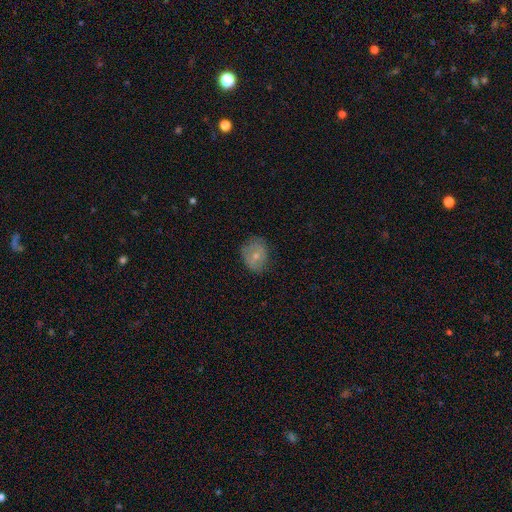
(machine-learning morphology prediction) Smooth or featured: smooth — 60% (featured or disk — 32%)
How rounded: round — 52% (in between — 47%)
Merging: none — 69% (minor disturbance — 23%)